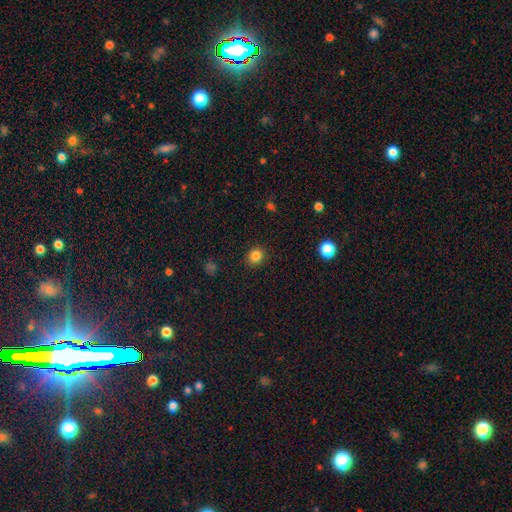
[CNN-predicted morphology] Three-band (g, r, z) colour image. It shows a smooth galaxy with no disk features (84%) that is round (81%). Merging: none (90%).